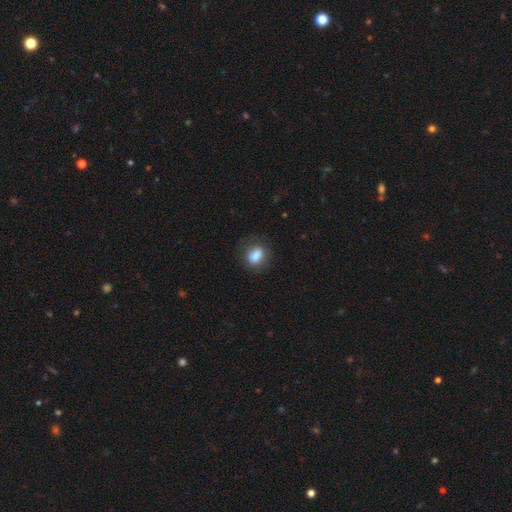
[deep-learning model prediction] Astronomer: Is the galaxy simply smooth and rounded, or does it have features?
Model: smooth — 79%.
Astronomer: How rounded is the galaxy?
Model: in between — 54% (runner-up: round, 44%).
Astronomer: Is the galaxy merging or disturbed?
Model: none — 78%.